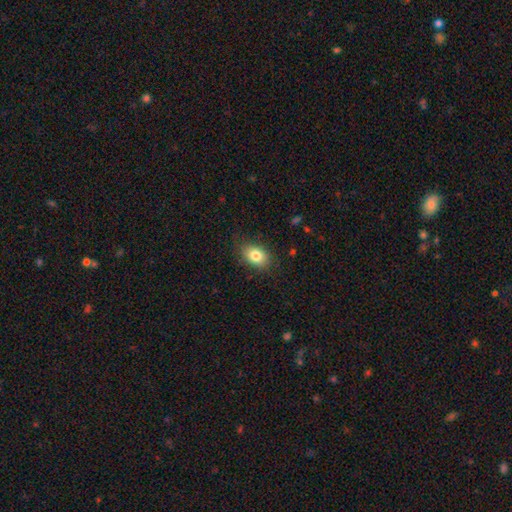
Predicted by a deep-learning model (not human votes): Smooth or featured?
  - smooth: 82% *
  - featured or disk: 9%
  - star or artifact: 9%
How rounded?
  - in between: 77% *
  - round: 22%
  - cigar-shaped: 1%
Merging?
  - none: 83% *
  - minor disturbance: 13%
  - major disturbance: 3%
  - merger: 1%